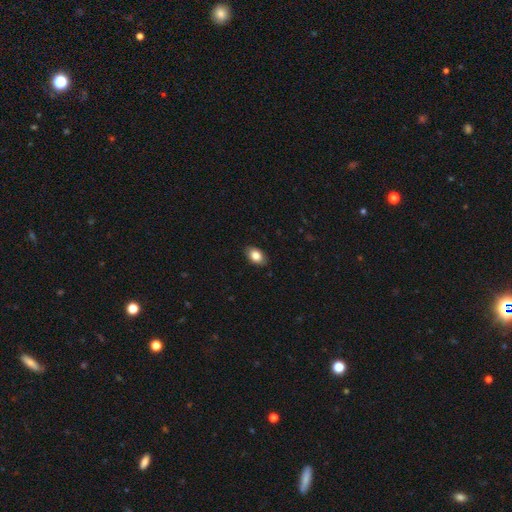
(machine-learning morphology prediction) This appears to be a smooth galaxy with no disk features (84%) that is in between round and cigar-shaped (85%). Merging: none (86%).